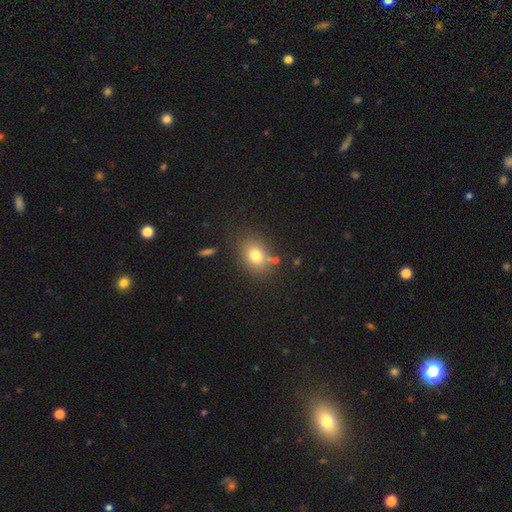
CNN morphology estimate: smooth-or-featured: smooth: 77% | star or artifact: 13% | featured or disk: 11%
  how-rounded: in between: 55% | round: 44% | cigar-shaped: 1%
  merging: none: 76% | minor disturbance: 13% | merger: 7% | major disturbance: 4%